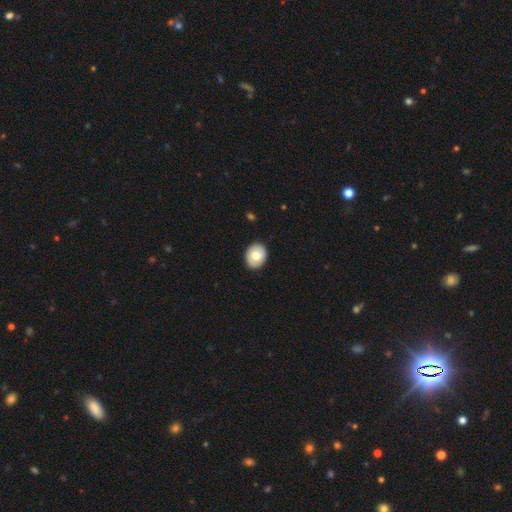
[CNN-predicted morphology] smooth-or-featured: smooth: 73% | featured or disk: 21% | star or artifact: 7%
  how-rounded: round: 52% | in between: 47% | cigar-shaped: 1%
  merging: none: 90% | minor disturbance: 8% | major disturbance: 2% | merger: 1%